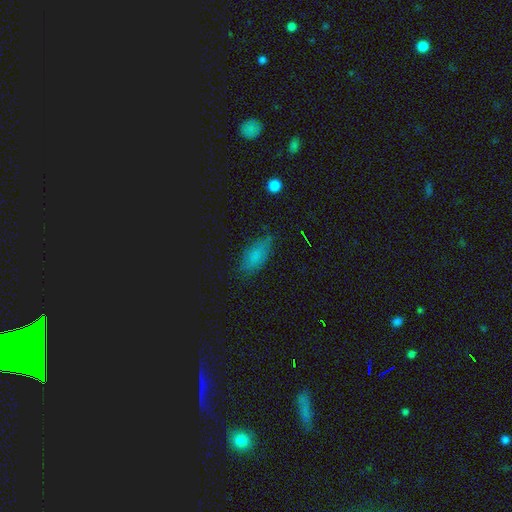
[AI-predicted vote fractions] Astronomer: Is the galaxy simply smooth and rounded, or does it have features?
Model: smooth — 73%.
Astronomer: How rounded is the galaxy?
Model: in between — 83%.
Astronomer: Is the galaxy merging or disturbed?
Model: none — 73%.